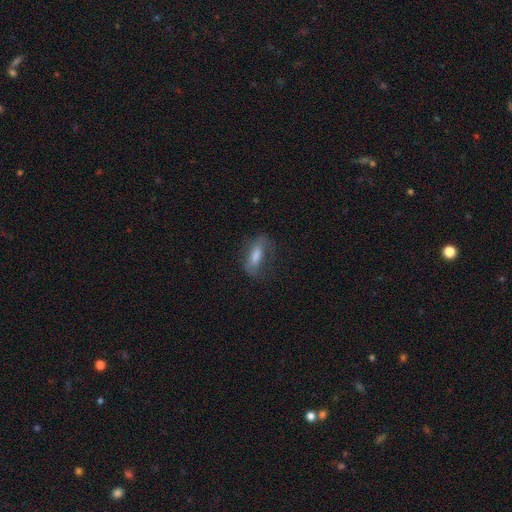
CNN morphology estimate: A smooth galaxy with no disk features (58%) that is in between round and cigar-shaped (64%).

Vote fractions:
- Smooth or featured? smooth: 58% / featured or disk: 33% / star or artifact: 10%
- How rounded? in between: 64% / cigar-shaped: 32% / round: 4%
- Merging? none: 57% / minor disturbance: 23% / major disturbance: 18% / merger: 2%